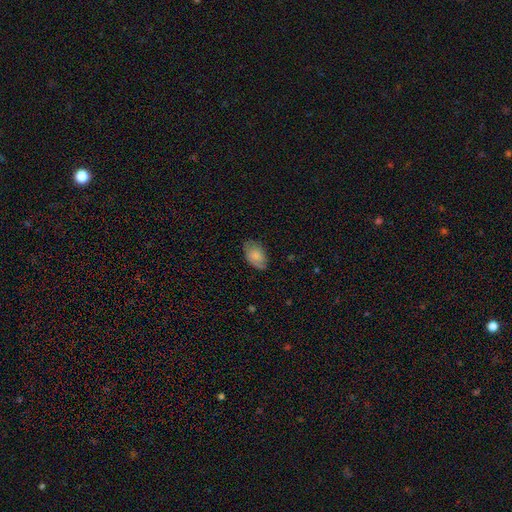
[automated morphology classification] Smooth or featured?
  - smooth: 72% *
  - featured or disk: 20%
  - star or artifact: 7%
How rounded?
  - in between: 90% *
  - round: 8%
  - cigar-shaped: 1%
Merging?
  - none: 68% *
  - minor disturbance: 24%
  - major disturbance: 6%
  - merger: 1%